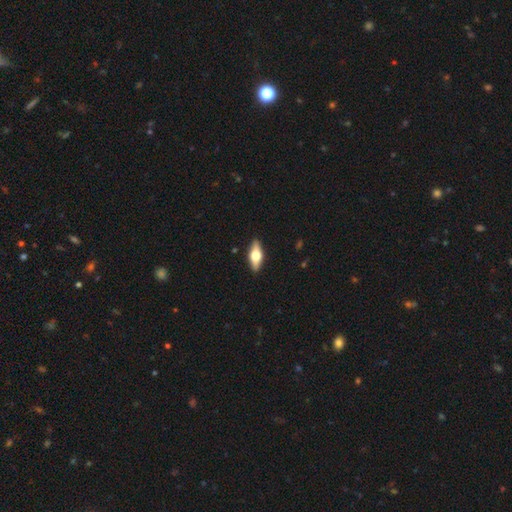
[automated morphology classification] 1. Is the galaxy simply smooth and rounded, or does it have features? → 53% featured or disk, 41% smooth, 6% star or artifact.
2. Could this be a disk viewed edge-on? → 91% yes, 9% no.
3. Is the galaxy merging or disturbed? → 89% none, 8% minor disturbance, 2% major disturbance, 1% merger.